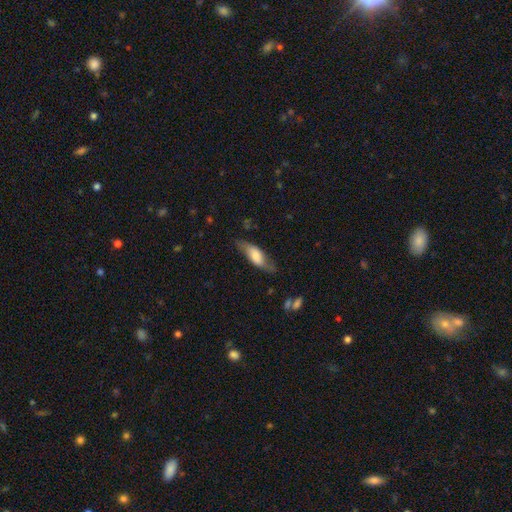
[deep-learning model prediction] Smooth or featured?
  - smooth: 53% *
  - featured or disk: 40%
  - star or artifact: 7%
How rounded?
  - in between: 66% *
  - cigar-shaped: 31%
  - round: 3%
Merging?
  - none: 66% *
  - minor disturbance: 23%
  - major disturbance: 9%
  - merger: 2%